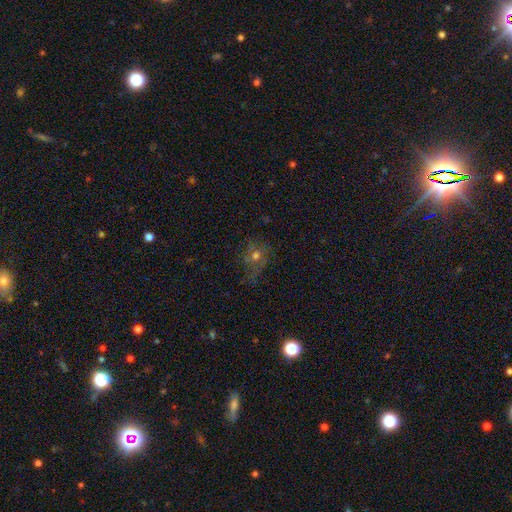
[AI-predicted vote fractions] The model was most divided on "smooth or featured": smooth: 41%, featured or disk: 33%, star or artifact: 26%. More confident: merging — none (50%).